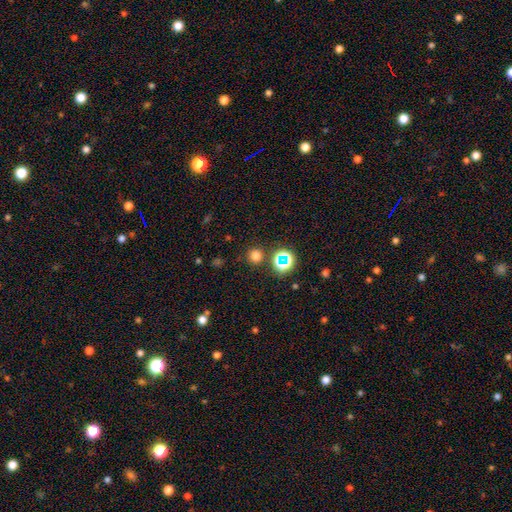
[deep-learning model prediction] Smooth or featured?
  - smooth: 71% *
  - star or artifact: 24%
  - featured or disk: 6%
How rounded?
  - round: 94% *
  - in between: 5%
  - cigar-shaped: 1%
Merging?
  - none: 86% *
  - minor disturbance: 6%
  - merger: 4%
  - major disturbance: 3%